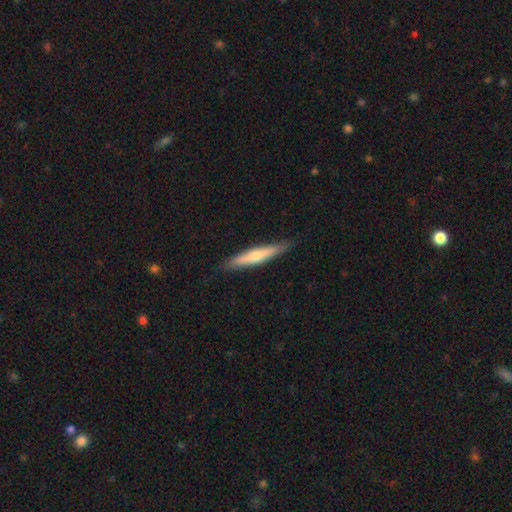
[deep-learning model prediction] This is possibly a smooth galaxy (57%). How rounded: clearly cigar-shaped (90%). Merging: clearly none (86%).